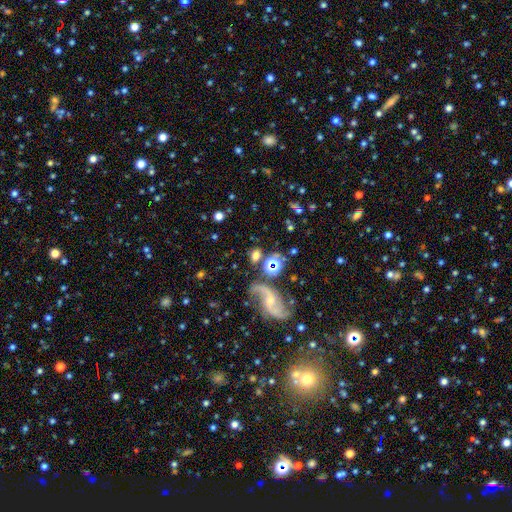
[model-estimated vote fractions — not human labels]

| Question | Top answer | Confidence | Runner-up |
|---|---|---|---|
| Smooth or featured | featured or disk | 43% | smooth (42%) |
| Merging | none | 70% | minor disturbance (14%) |